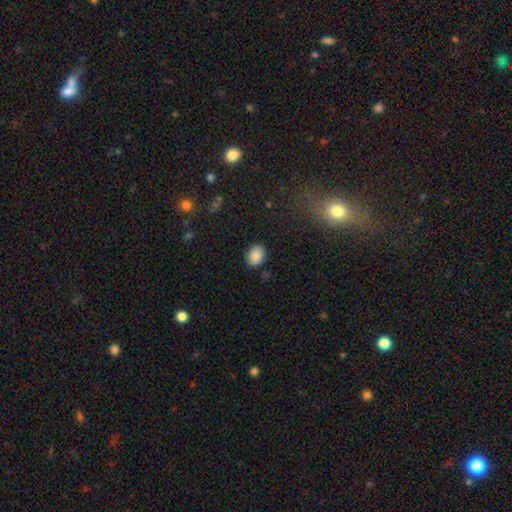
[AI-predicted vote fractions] A smooth galaxy with no disk features (88%) that is in between round and cigar-shaped (72%). Merging: none (86%).